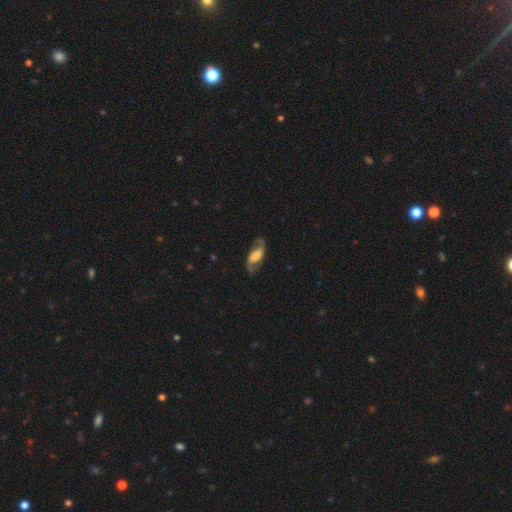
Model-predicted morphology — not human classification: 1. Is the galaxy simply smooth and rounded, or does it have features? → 77% featured or disk, 17% smooth, 6% star or artifact.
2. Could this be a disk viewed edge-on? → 92% no, 8% yes.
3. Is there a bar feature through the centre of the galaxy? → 42% weak, 32% no, 26% strong.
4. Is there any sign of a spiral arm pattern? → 93% yes, 7% no.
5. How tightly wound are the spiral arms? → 58% loose, 33% medium, 9% tight.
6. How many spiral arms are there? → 92% 2, 3% can't tell, 2% 1, 1% 3, 1% 4, 1% more than 4.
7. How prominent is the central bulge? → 32% large, 29% moderate, 17% small, 17% none, 5% dominant.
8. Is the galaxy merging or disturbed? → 76% none, 16% minor disturbance, 7% major disturbance, 1% merger.